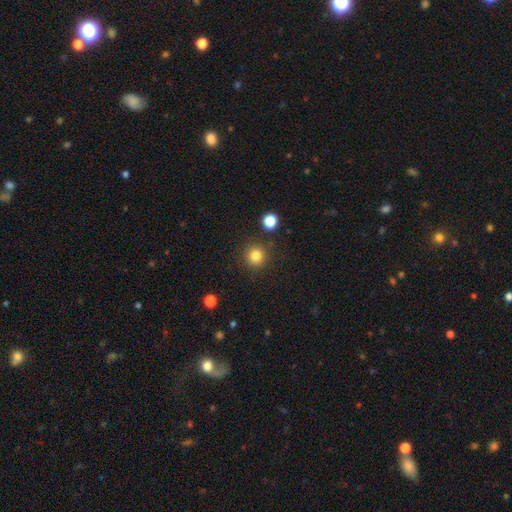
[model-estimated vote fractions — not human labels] This is clearly a smooth galaxy (83%). How rounded: clearly round (93%). Merging: clearly none (88%).